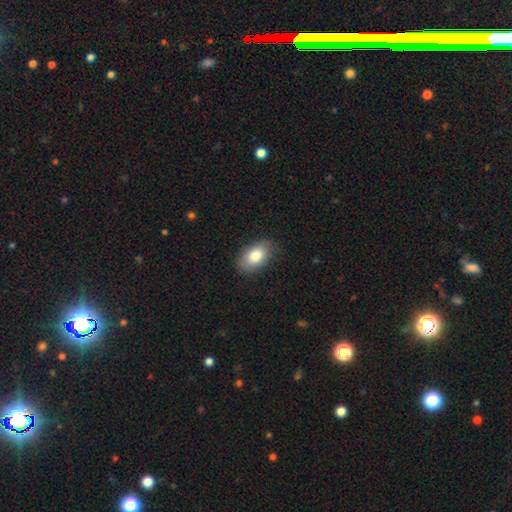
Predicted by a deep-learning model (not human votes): Smooth or featured? Predicted: smooth (p=0.83). How rounded? Predicted: in between (p=0.92). Merging? Predicted: none (p=0.83).